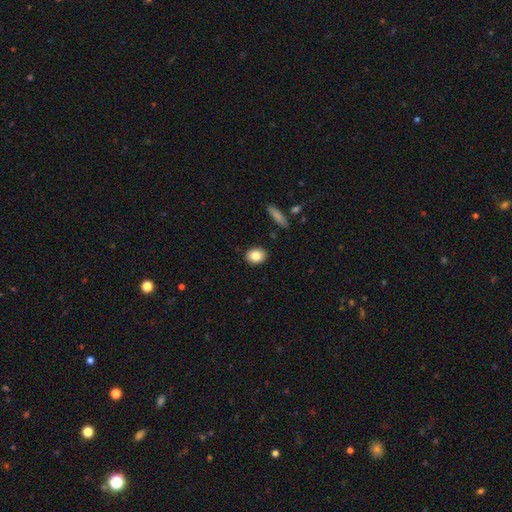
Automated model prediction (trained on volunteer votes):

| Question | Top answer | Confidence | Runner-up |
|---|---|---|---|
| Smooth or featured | smooth | 83% | featured or disk (9%) |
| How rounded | in between | 57% | round (41%) |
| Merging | none | 89% | minor disturbance (7%) |